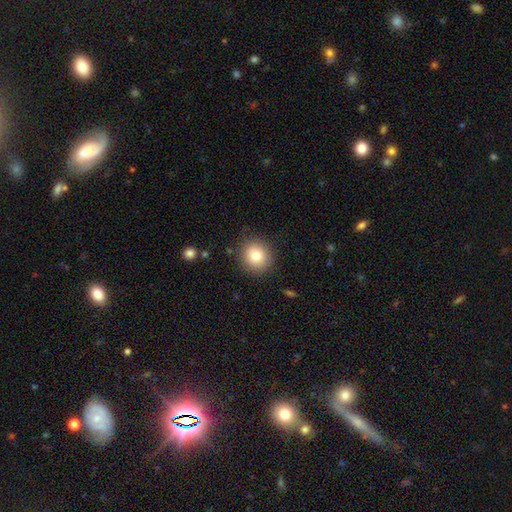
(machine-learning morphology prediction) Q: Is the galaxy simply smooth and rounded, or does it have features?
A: smooth — 82%.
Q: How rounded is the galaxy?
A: round — 90%.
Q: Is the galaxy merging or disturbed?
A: none — 87%.